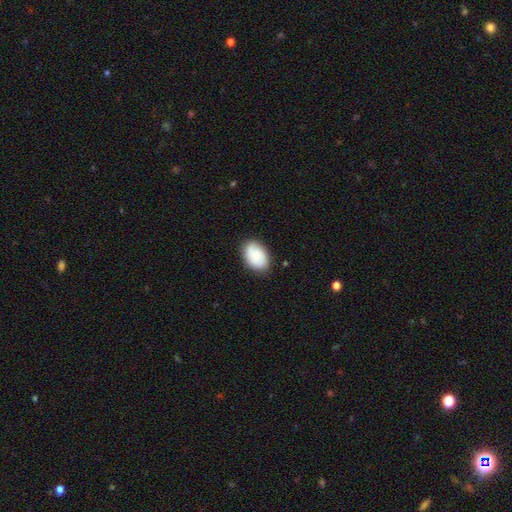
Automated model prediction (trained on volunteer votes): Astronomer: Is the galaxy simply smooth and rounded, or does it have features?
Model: smooth — 77%.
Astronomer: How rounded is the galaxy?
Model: in between — 86%.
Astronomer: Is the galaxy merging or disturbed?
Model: none — 82%.